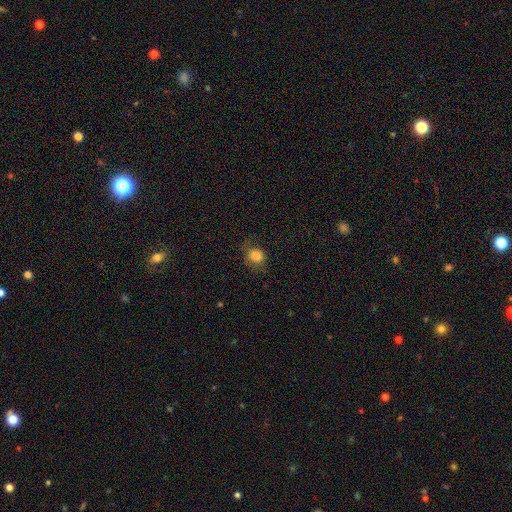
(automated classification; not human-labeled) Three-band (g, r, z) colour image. It shows a smooth galaxy with no disk features (78%) that is round (62%). Merging: none (58%).